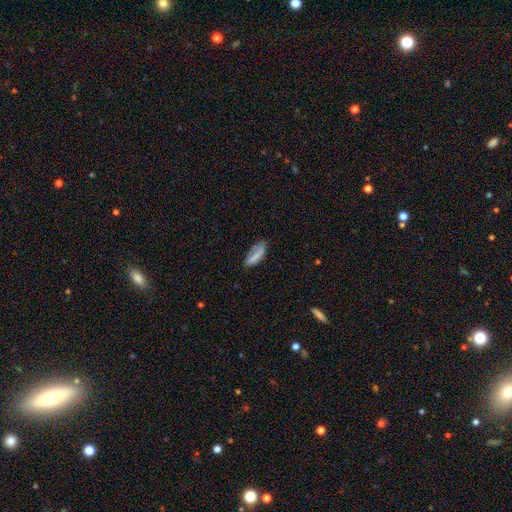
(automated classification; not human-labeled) Overall: smooth (70%). How rounded: in between (69%). Merging: none (49%; minor disturbance 32%).